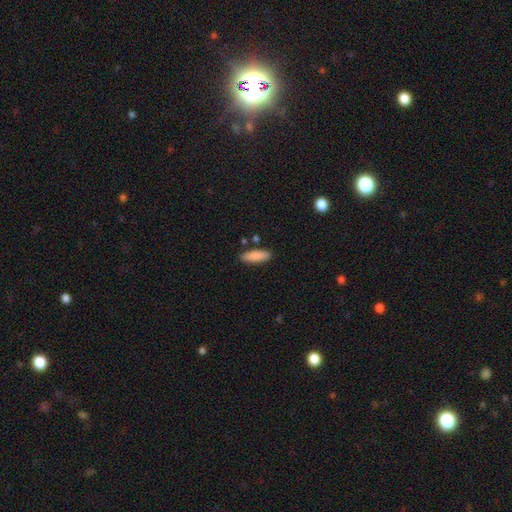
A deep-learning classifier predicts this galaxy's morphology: Smooth or featured? smooth (87%)
How rounded? in between (50%)
Merging? none (85%)